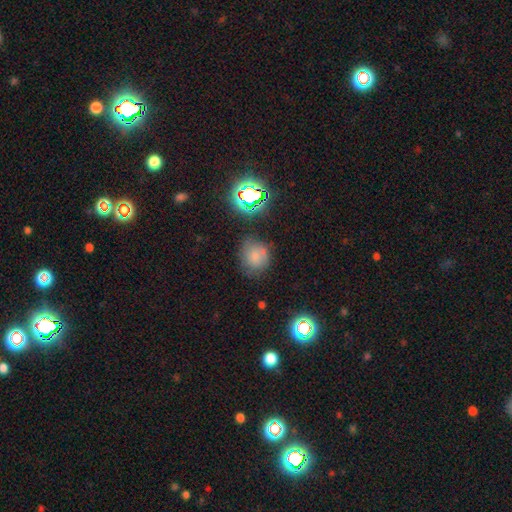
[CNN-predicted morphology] Smooth or featured? smooth (67%)
How rounded? round (78%)
Merging? none (62%)